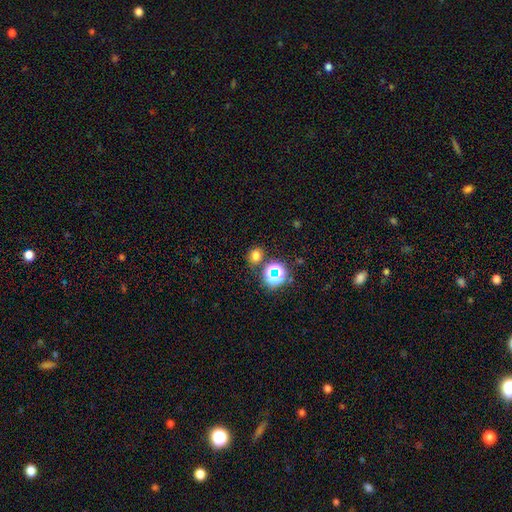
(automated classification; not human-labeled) A smooth galaxy with no disk features (67%) that is round (65%). Merging: none (79%).